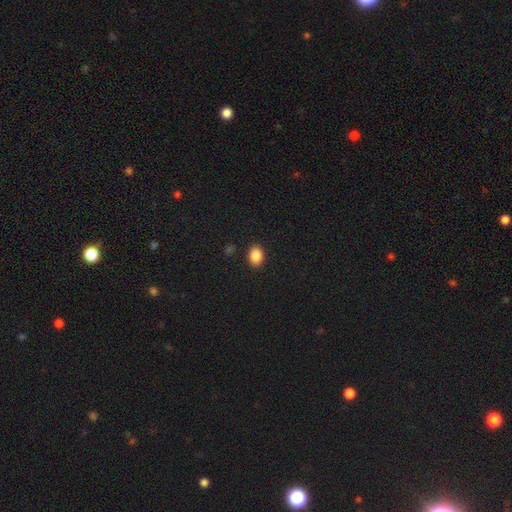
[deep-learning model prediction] The model was most divided on "how rounded": in between: 68%, round: 31%, cigar-shaped: 1%. More confident: merging — none (89%); smooth or featured — smooth (87%).